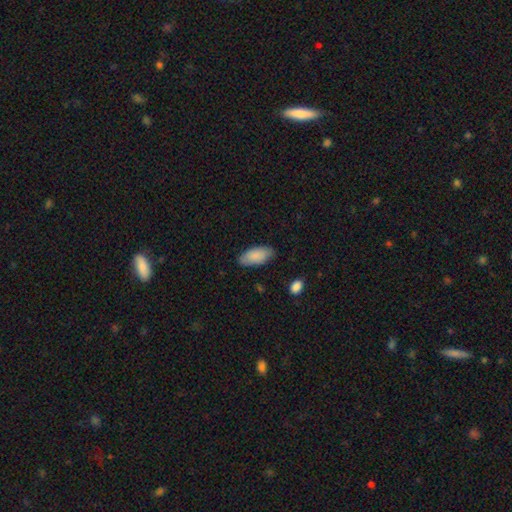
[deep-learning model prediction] Smooth or featured? Predicted: smooth (p=0.87). How rounded? Predicted: in between (p=0.90). Merging? Predicted: none (p=0.82).